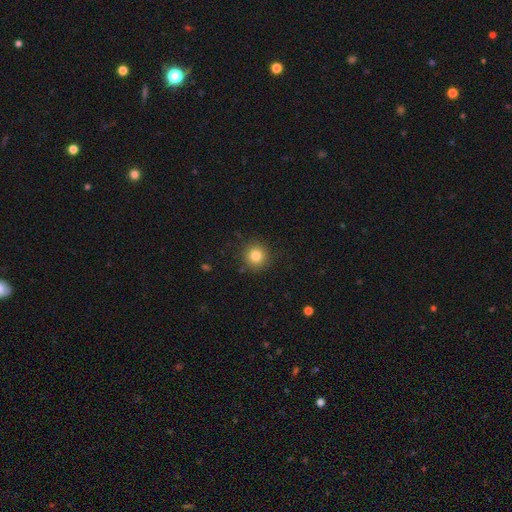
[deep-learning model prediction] The model was most divided on "smooth or featured": smooth: 82%, star or artifact: 12%, featured or disk: 7%. More confident: how rounded — round (94%); merging — none (90%).